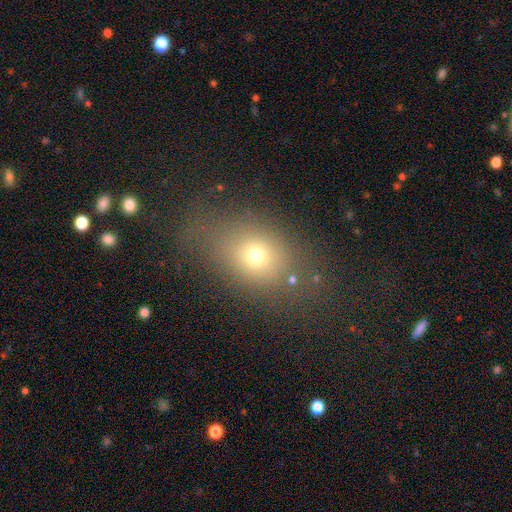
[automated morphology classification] A smooth galaxy with no disk features (66%) that is in between round and cigar-shaped (59%). Merging: none (68%).